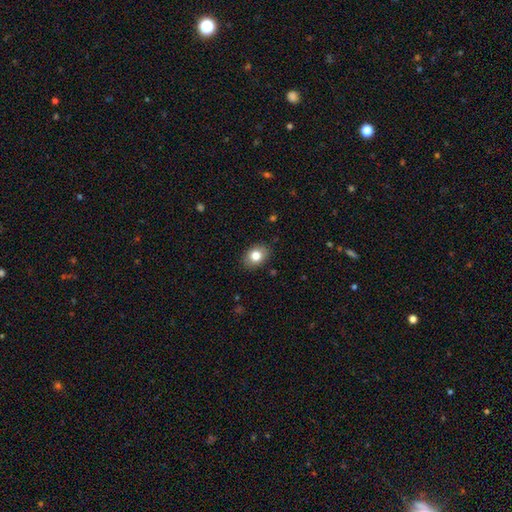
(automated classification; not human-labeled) This appears to be a smooth galaxy with no disk features (81%) that is in between round and cigar-shaped (67%). Merging: none (87%).